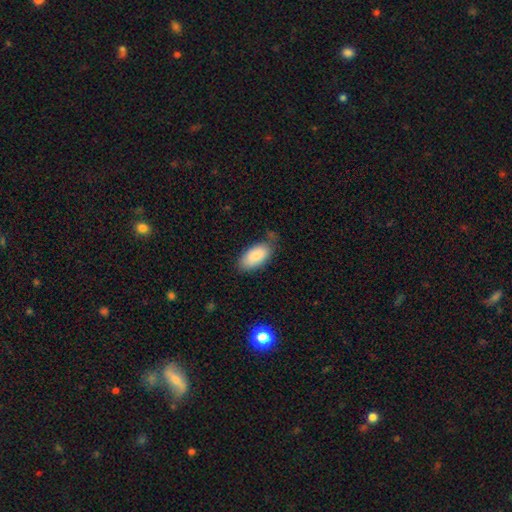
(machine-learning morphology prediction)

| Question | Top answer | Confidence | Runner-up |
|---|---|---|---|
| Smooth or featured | smooth | 85% | featured or disk (8%) |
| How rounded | in between | 94% | cigar-shaped (4%) |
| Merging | none | 67% | minor disturbance (23%) |